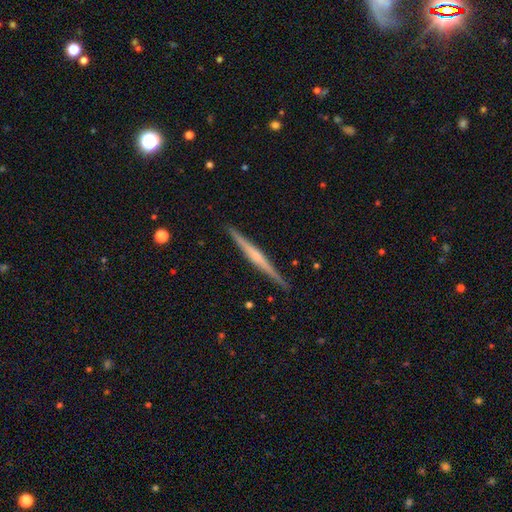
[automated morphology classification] featured or disk 71%, smooth 24%, star or artifact 5%. Down the decision tree: edge-on disk — yes (98%); edge-on bulge — rounded (45%); merging — none (92%).